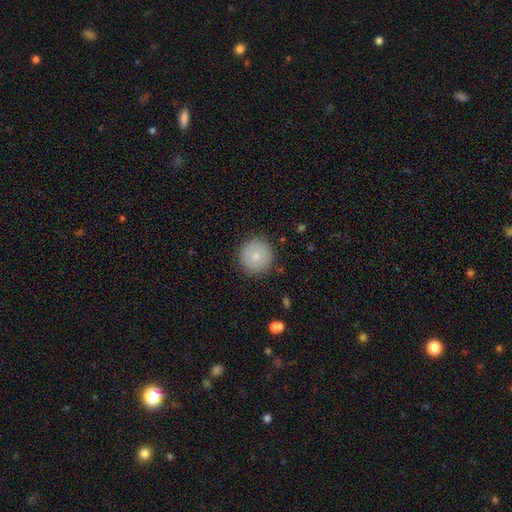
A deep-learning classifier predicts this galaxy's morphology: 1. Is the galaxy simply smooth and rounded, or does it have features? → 77% smooth, 15% featured or disk, 8% star or artifact.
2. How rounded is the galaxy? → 95% round, 4% in between, 1% cigar-shaped.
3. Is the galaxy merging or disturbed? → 88% none, 8% minor disturbance, 2% major disturbance, 1% merger.